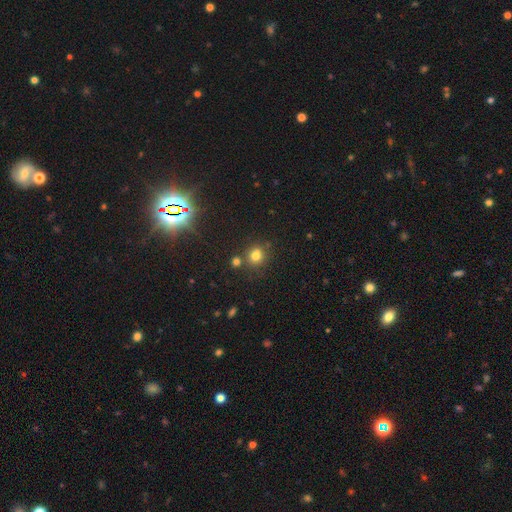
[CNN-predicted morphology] This appears to be a smooth galaxy with no disk features (73%) that is round (82%). Merging: none (68%).